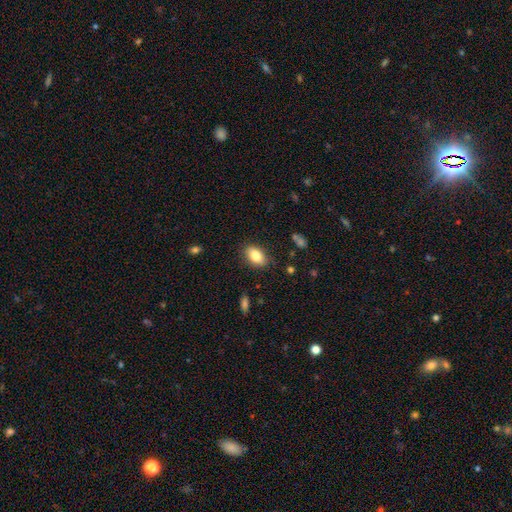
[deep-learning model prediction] Smooth or featured? Predicted: smooth (p=0.83). How rounded? Predicted: in between (p=0.89). Merging? Predicted: none (p=0.84).